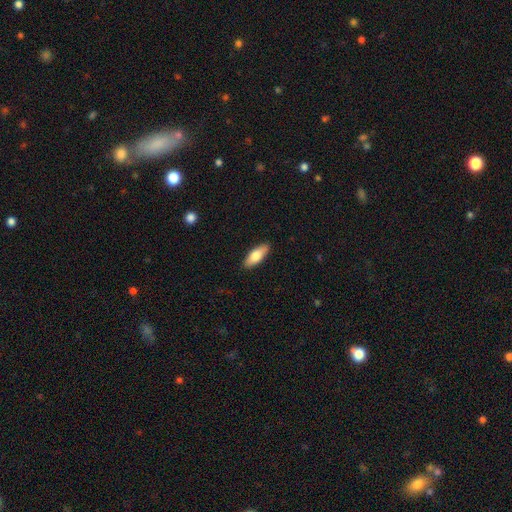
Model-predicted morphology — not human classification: A smooth galaxy with no disk features (75%) that is in between round and cigar-shaped (72%). Merging: none (89%).